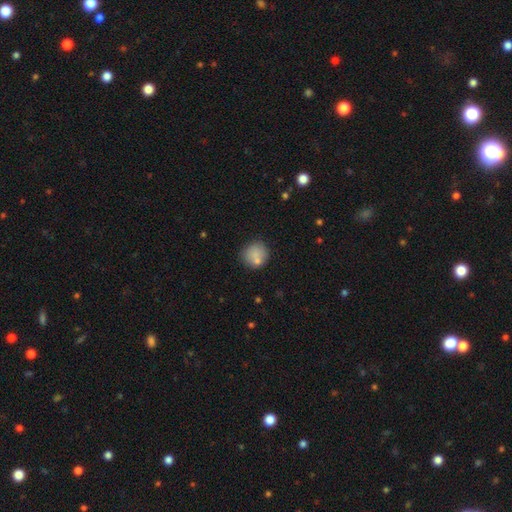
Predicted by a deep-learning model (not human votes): Smooth or featured?
  - smooth: 78% *
  - featured or disk: 12%
  - star or artifact: 10%
How rounded?
  - round: 87% *
  - in between: 12%
  - cigar-shaped: 1%
Merging?
  - none: 67% *
  - minor disturbance: 15%
  - merger: 14%
  - major disturbance: 5%